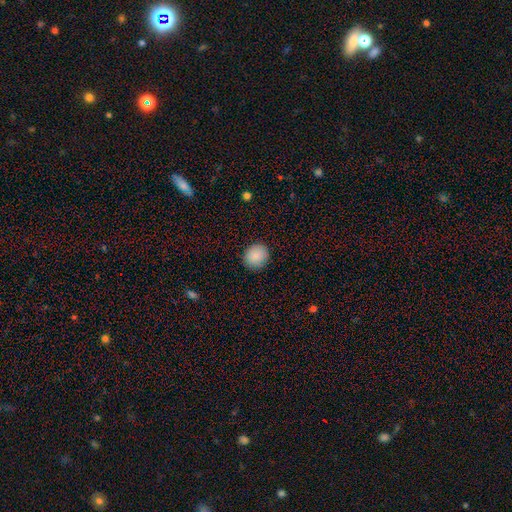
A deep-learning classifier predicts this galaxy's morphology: A smooth galaxy with no disk features (88%) that is round (83%).

Vote fractions:
- Smooth or featured? smooth: 88% / star or artifact: 8% / featured or disk: 5%
- How rounded? round: 83% / in between: 16% / cigar-shaped: 1%
- Merging? none: 90% / minor disturbance: 7% / major disturbance: 2% / merger: 1%